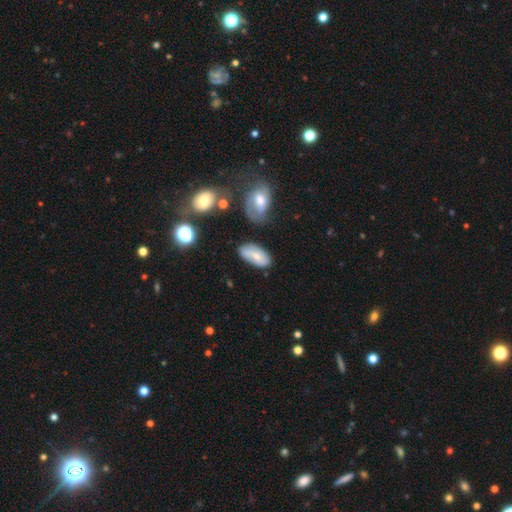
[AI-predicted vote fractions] The model was most divided on "smooth or featured": smooth: 58%, featured or disk: 34%, star or artifact: 8%. More confident: how rounded — in between (90%); merging — none (68%).